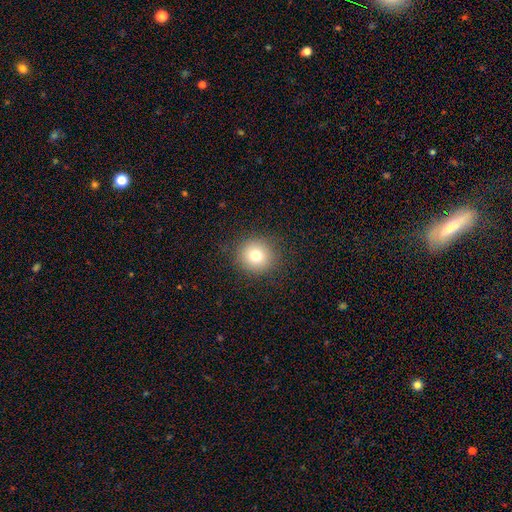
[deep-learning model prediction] This appears to be a smooth galaxy with no disk features (77%) that is round (93%). Merging: none (90%).